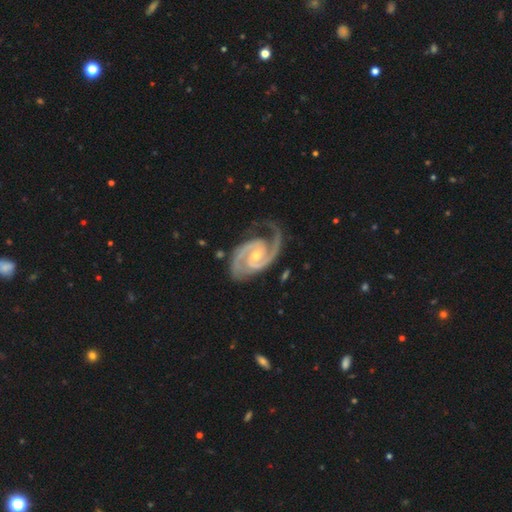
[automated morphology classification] Overall: featured or disk (94%). Edge-on disk: no (98%). Bar: no (44%; weak 39%). Spiral arms: yes (99%). Spiral arm count: 2 (91%). Spiral winding: medium (48%; tight 46%). Bulge size: small (57%; moderate 40%). Merging: none (74%).